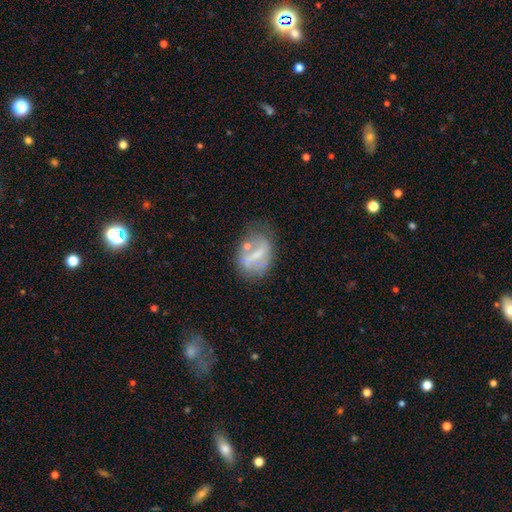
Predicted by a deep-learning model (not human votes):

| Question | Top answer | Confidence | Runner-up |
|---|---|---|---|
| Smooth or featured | featured or disk | 56% | smooth (35%) |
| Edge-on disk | no | 93% | yes (7%) |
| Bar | strong | 49% | weak (31%) |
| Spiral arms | no | 64% | yes (36%) |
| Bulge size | none | 37% | small (36%) |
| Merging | none | 51% | minor disturbance (24%) |